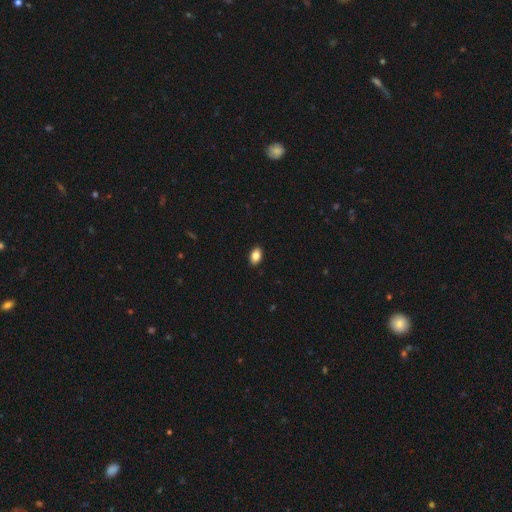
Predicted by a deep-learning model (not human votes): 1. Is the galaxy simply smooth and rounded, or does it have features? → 85% smooth, 8% star or artifact, 7% featured or disk.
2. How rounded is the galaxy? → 90% in between, 8% round, 2% cigar-shaped.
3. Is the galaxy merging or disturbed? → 90% none, 7% minor disturbance, 2% major disturbance, 1% merger.